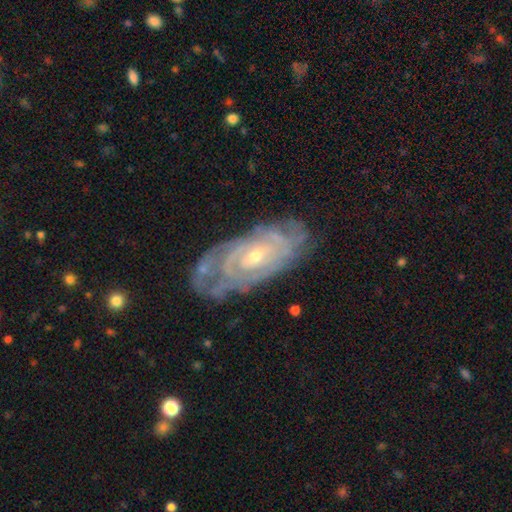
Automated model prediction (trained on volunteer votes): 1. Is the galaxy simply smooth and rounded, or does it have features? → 86% featured or disk, 8% smooth, 5% star or artifact.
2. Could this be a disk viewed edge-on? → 94% no, 6% yes.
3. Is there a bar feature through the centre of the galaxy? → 61% no, 30% weak, 8% strong.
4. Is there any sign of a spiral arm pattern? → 94% yes, 6% no.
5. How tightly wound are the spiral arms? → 76% tight, 20% medium, 4% loose.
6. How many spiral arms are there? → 42% can't tell, 23% 2, 15% 3, 10% 4, 5% more than 4, 5% 1.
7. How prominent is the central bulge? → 64% small, 33% moderate, 1% large, 1% none, 1% dominant.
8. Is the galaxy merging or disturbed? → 64% none, 23% minor disturbance, 10% major disturbance, 3% merger.